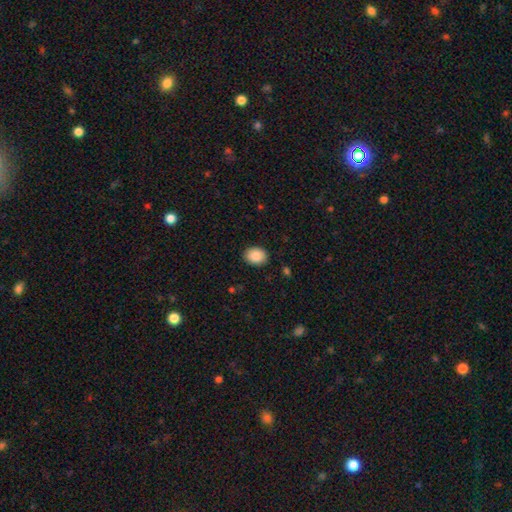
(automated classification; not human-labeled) A smooth galaxy with no disk features (89%) that is in between round and cigar-shaped (60%).

Vote fractions:
- Smooth or featured? smooth: 89% / star or artifact: 7% / featured or disk: 4%
- How rounded? in between: 60% / round: 39% / cigar-shaped: 1%
- Merging? none: 89% / minor disturbance: 8% / major disturbance: 2% / merger: 1%